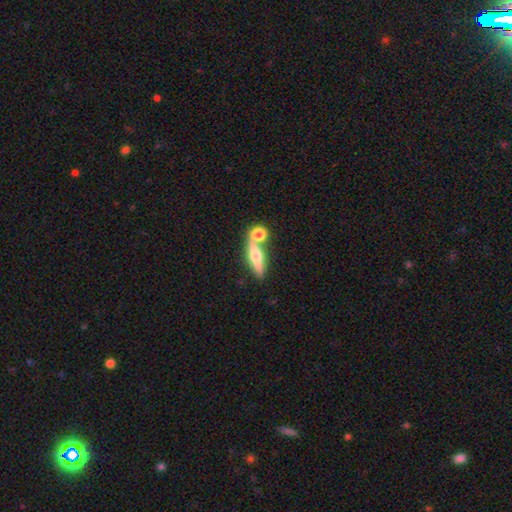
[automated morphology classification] This appears to be a featured or disk galaxy (47%). Merging: none (59%).